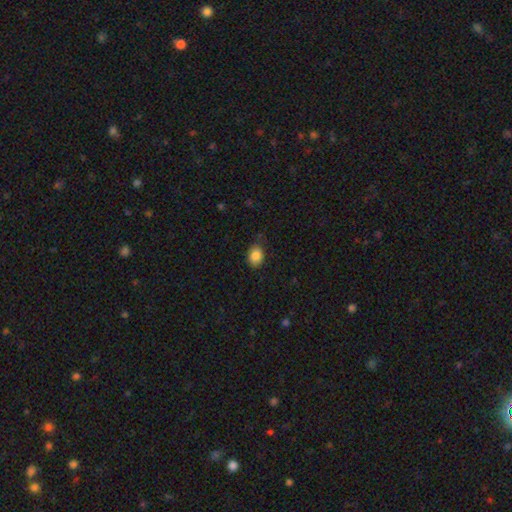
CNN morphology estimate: The model was most divided on "how rounded": in between: 65%, round: 34%, cigar-shaped: 1%. More confident: smooth or featured — smooth (86%); merging — none (80%).